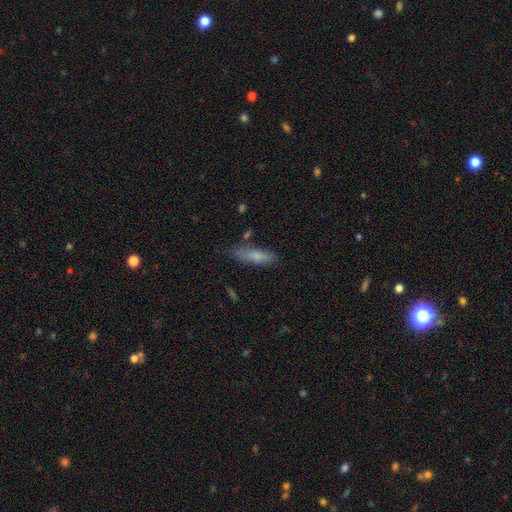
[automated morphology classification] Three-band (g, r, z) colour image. It shows a smooth galaxy with no disk features (76%) that is cigar-shaped (60%). Merging: none (70%).